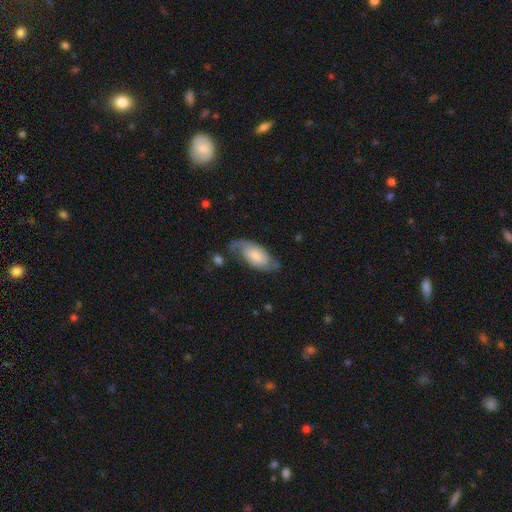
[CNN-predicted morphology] This appears to be a smooth galaxy with no disk features (48%). Merging: none (49%).